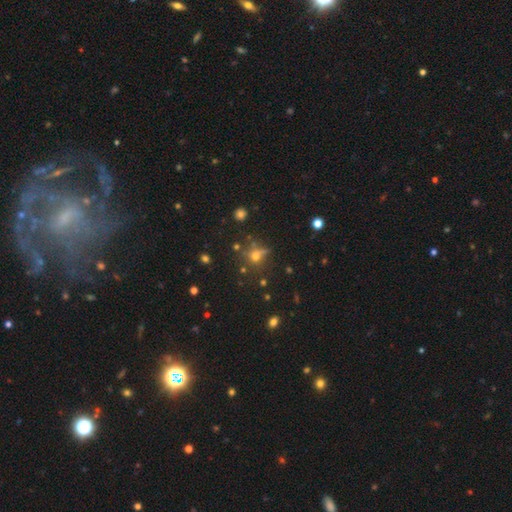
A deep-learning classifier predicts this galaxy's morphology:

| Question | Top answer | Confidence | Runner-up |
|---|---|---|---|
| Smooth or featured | smooth | 53% | star or artifact (30%) |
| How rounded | round | 77% | in between (19%) |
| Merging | none | 62% | minor disturbance (16%) |